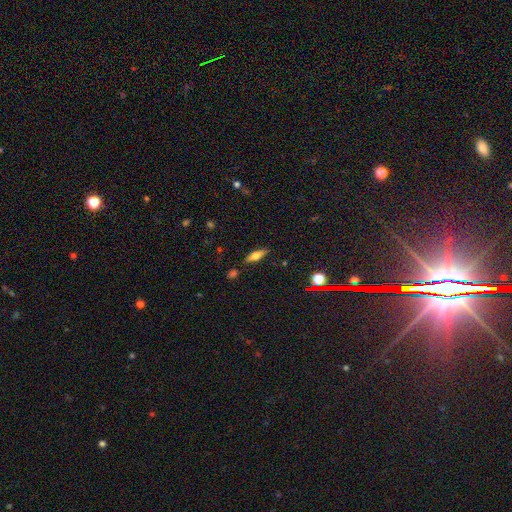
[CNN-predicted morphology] Q: Smooth or featured?
A: smooth (52%); runner-up: featured or disk (38%)
Q: How rounded?
A: in between (50%); runner-up: cigar-shaped (47%)
Q: Merging?
A: none (84%); runner-up: minor disturbance (11%)